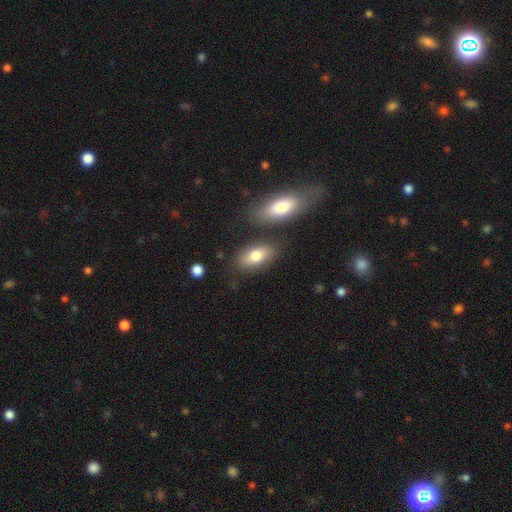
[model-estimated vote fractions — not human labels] A smooth galaxy with no disk features (78%) that is in between round and cigar-shaped (89%). Merging: none (73%).